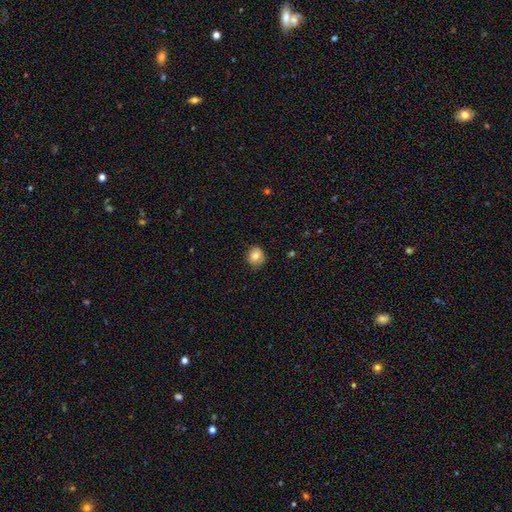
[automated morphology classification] Overall: smooth (82%). How rounded: round (79%). Merging: none (79%).